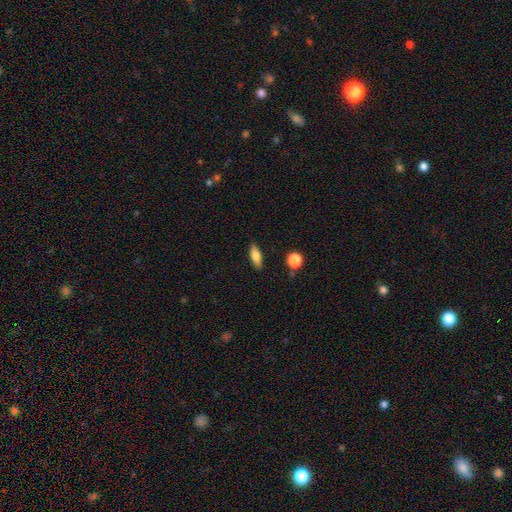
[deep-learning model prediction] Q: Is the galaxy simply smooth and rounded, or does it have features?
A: smooth — 77%.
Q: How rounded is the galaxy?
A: in between — 67%.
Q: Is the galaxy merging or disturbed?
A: none — 87%.